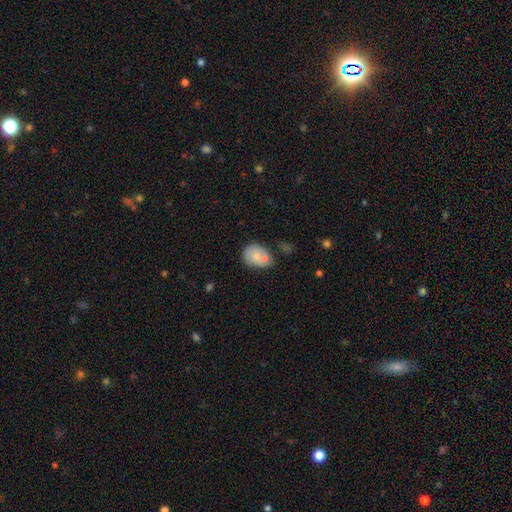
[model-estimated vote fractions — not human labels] The model was most divided on "merging": none: 41%, merger: 30%, minor disturbance: 21%, major disturbance: 7%. More confident: smooth or featured — smooth (68%); how rounded — in between (63%).